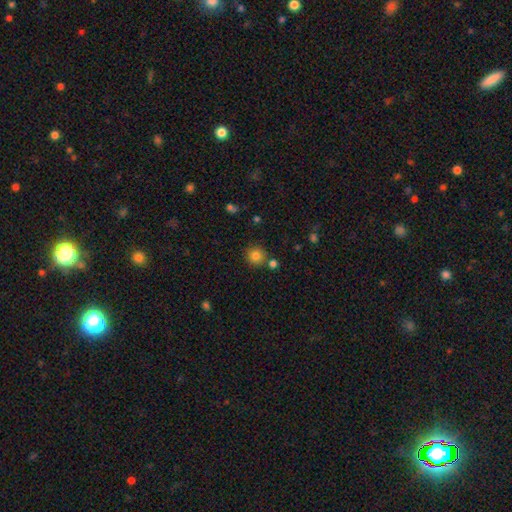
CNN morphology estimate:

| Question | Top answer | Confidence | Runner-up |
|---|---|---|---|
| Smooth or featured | smooth | 81% | star or artifact (12%) |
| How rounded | round | 93% | in between (7%) |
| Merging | none | 80% | merger (9%) |